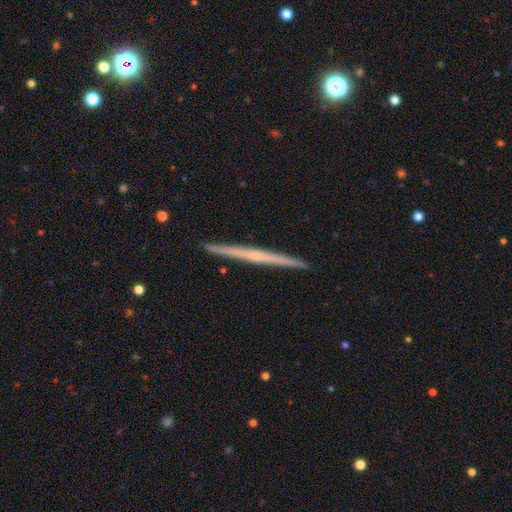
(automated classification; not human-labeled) This appears to be a featured or disk galaxy (67%) viewed edge-on (98%) with no central bulge (72%). Merging: none (93%).